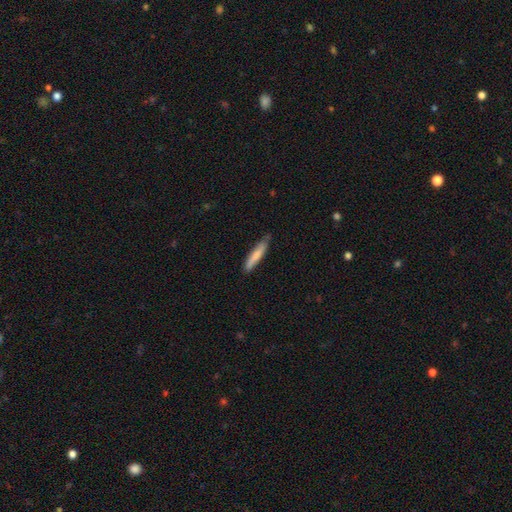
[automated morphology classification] type=smooth (76%); roundness=cigar-shaped (88%); merging=none (74%).